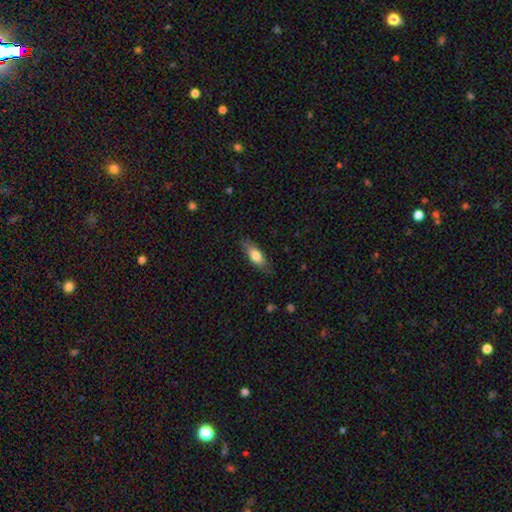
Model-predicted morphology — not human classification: Overall: smooth (72%). How rounded: in between (61%; cigar-shaped 36%). Merging: none (80%).